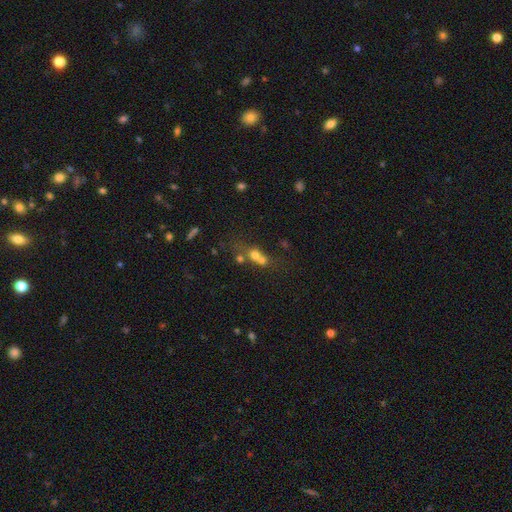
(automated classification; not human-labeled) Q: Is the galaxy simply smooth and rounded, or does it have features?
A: smooth — 57%.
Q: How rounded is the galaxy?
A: round — 72%.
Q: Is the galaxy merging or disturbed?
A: merger — 62%.